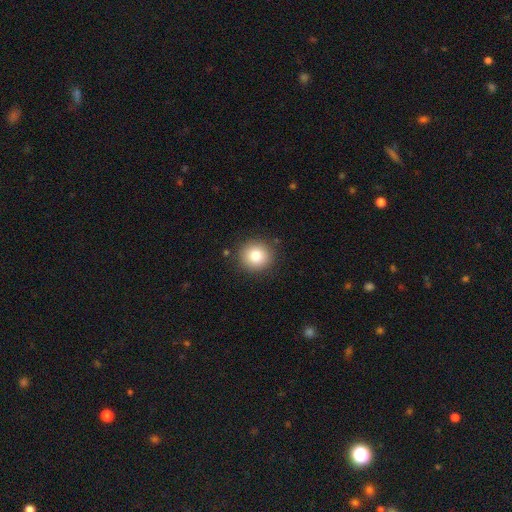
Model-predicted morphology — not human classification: Q: Smooth or featured?
A: smooth (82%); runner-up: star or artifact (10%)
Q: How rounded?
A: round (90%); runner-up: in between (9%)
Q: Merging?
A: none (89%); runner-up: minor disturbance (7%)